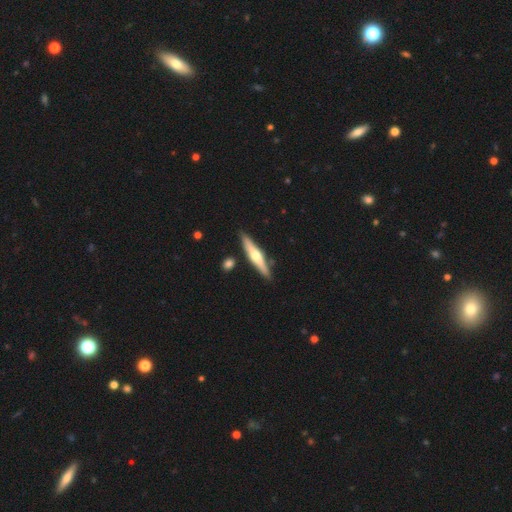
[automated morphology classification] smooth-or-featured: featured or disk: 60% | smooth: 35% | star or artifact: 5%
  disk-edge-on: yes: 95% | no: 5%
    edge-on-bulge: rounded: 90% | none: 6% | boxy: 4%
  merging: none: 85% | minor disturbance: 9% | merger: 4% | major disturbance: 2%